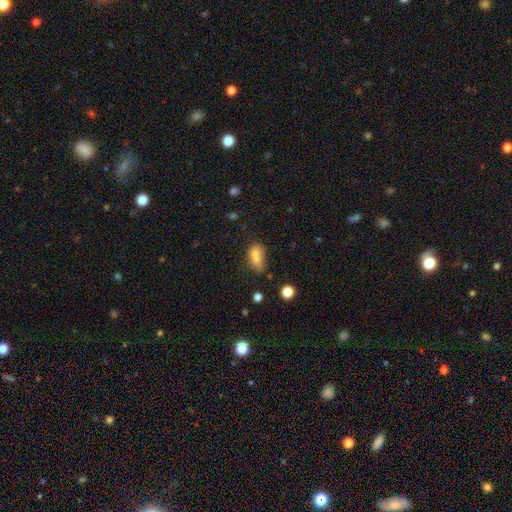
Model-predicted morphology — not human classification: A smooth galaxy with no disk features (69%) that is in between round and cigar-shaped (66%).

Vote fractions:
- Smooth or featured? smooth: 69% / featured or disk: 18% / star or artifact: 14%
- How rounded? in between: 66% / round: 29% / cigar-shaped: 5%
- Merging? merger: 46% / none: 27% / minor disturbance: 15% / major disturbance: 11%